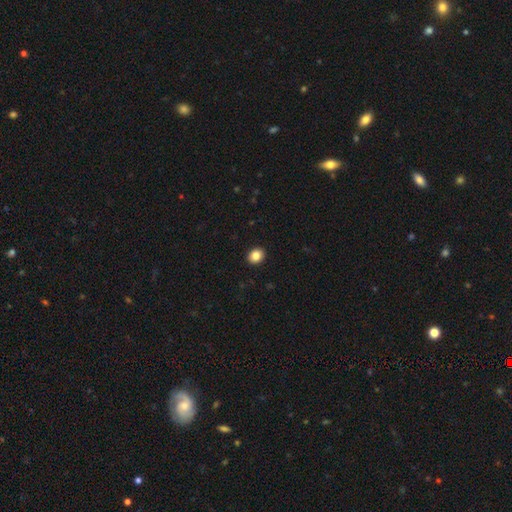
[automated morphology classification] smooth 85%, star or artifact 9%, featured or disk 5%. Down the decision tree: how rounded — round (57%); merging — none (92%).